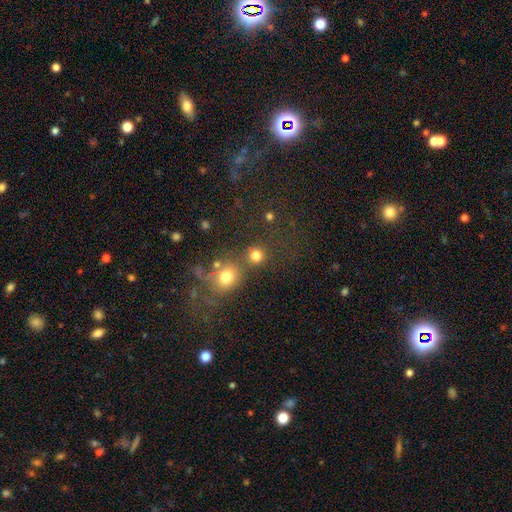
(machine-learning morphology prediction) A smooth galaxy with no disk features (81%) that is round (88%). Merging: none (63%).